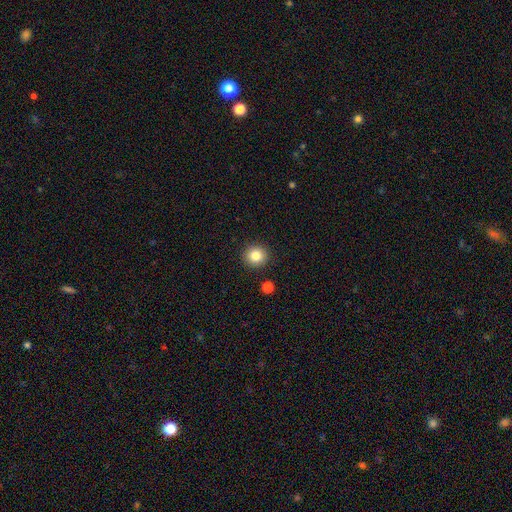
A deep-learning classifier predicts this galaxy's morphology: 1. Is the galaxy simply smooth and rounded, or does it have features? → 83% smooth, 11% star or artifact, 6% featured or disk.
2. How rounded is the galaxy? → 92% round, 7% in between, 1% cigar-shaped.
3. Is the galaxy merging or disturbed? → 91% none, 5% minor disturbance, 2% merger, 2% major disturbance.